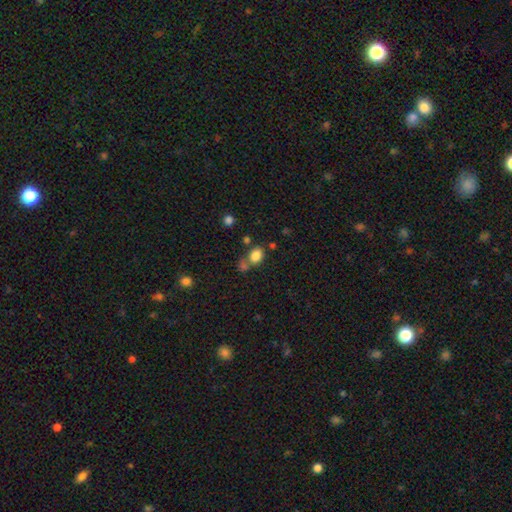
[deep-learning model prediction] Smooth or featured? Predicted: smooth (p=0.83). How rounded? Predicted: in between (p=0.64). Merging? Predicted: none (p=0.60).